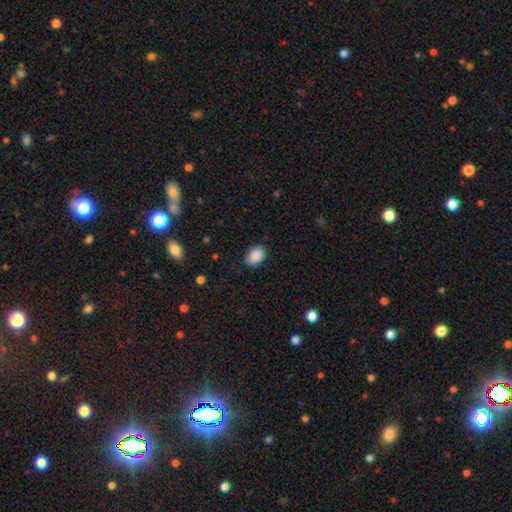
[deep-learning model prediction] A smooth galaxy with no disk features (88%) that is in between round and cigar-shaped (80%).

Vote fractions:
- Smooth or featured? smooth: 88% / star or artifact: 8% / featured or disk: 4%
- How rounded? in between: 80% / round: 19% / cigar-shaped: 1%
- Merging? none: 81% / minor disturbance: 15% / major disturbance: 3% / merger: 1%